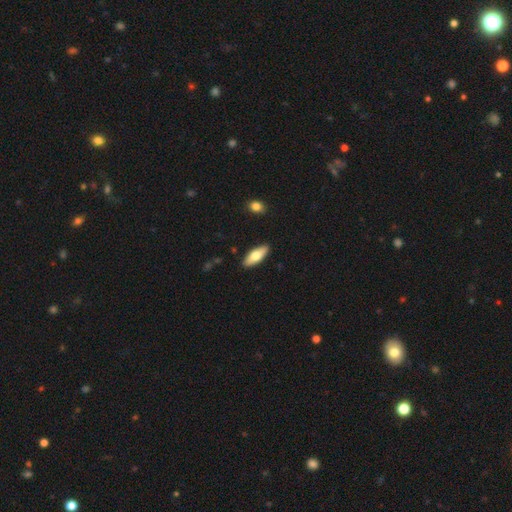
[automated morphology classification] A smooth galaxy with no disk features (68%) that is in between round and cigar-shaped (70%).

Vote fractions:
- Smooth or featured? smooth: 68% / featured or disk: 27% / star or artifact: 5%
- How rounded? in between: 70% / cigar-shaped: 28% / round: 2%
- Merging? none: 89% / minor disturbance: 8% / major disturbance: 2% / merger: 1%